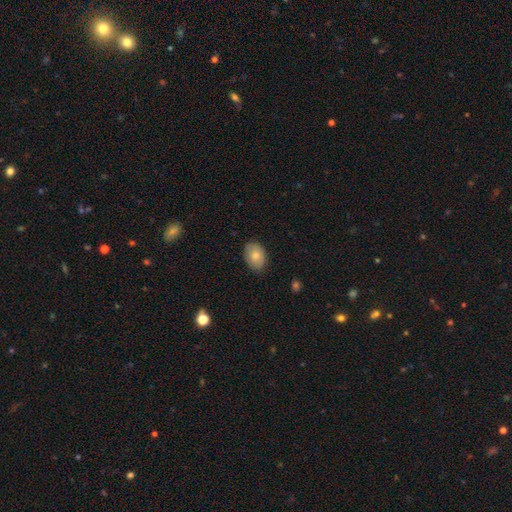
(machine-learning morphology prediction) Smooth or featured: smooth — 79% (featured or disk — 14%)
How rounded: in between — 79% (round — 20%)
Merging: none — 84% (minor disturbance — 13%)